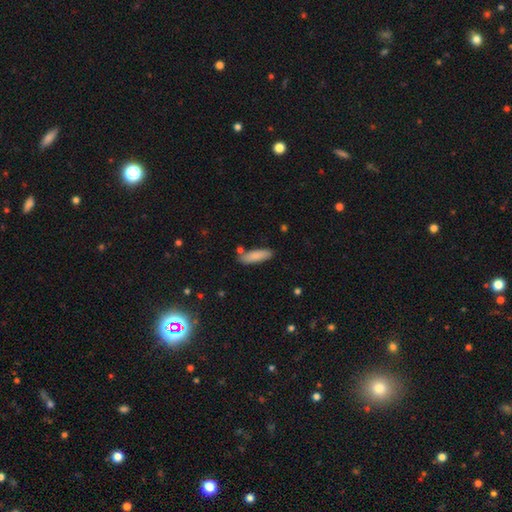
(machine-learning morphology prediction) A smooth galaxy with no disk features (86%) that is cigar-shaped (52%). Merging: none (79%).